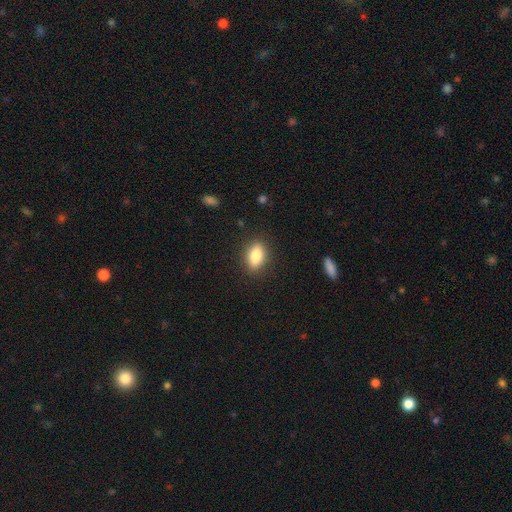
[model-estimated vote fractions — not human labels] A smooth galaxy with no disk features (83%) that is in between round and cigar-shaped (85%). Merging: none (87%).